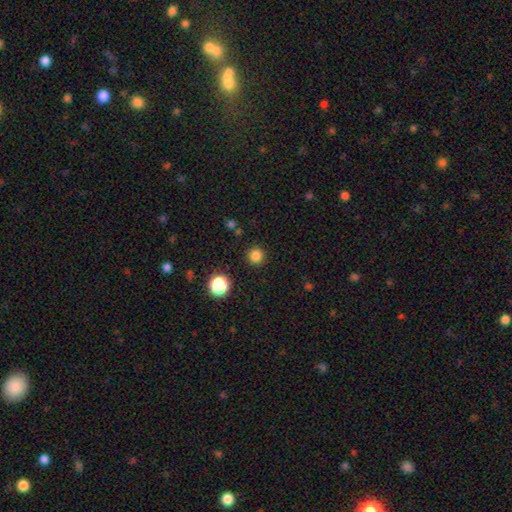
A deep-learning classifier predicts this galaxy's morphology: type=smooth (82%); roundness=round (95%); merging=none (91%).